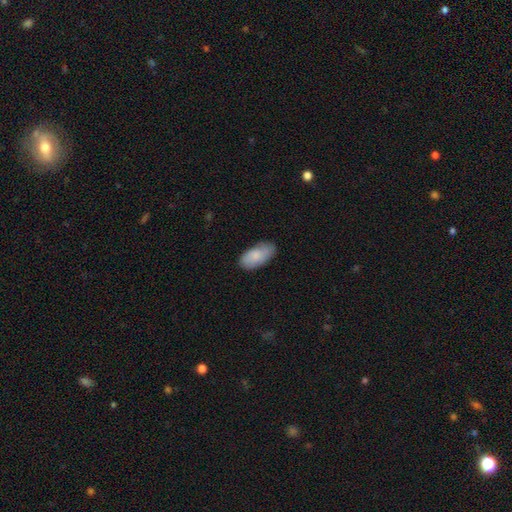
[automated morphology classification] Smooth or featured?
  - smooth: 79% *
  - featured or disk: 15%
  - star or artifact: 6%
How rounded?
  - in between: 94% *
  - cigar-shaped: 4%
  - round: 2%
Merging?
  - none: 72% *
  - minor disturbance: 22%
  - major disturbance: 4%
  - merger: 1%